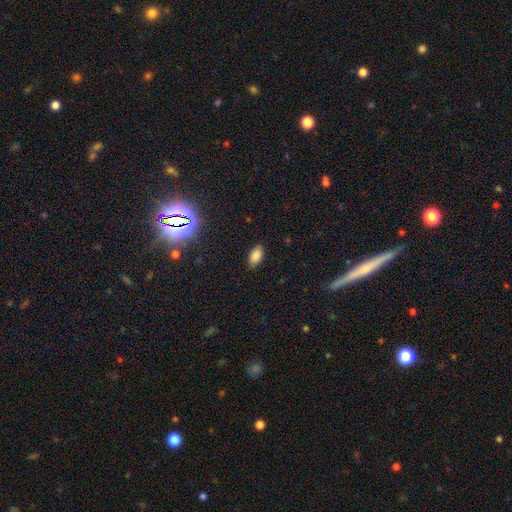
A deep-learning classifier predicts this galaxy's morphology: smooth-or-featured: smooth: 83% | star or artifact: 12% | featured or disk: 5%
  how-rounded: in between: 93% | round: 4% | cigar-shaped: 3%
  merging: none: 85% | minor disturbance: 12% | major disturbance: 2% | merger: 1%